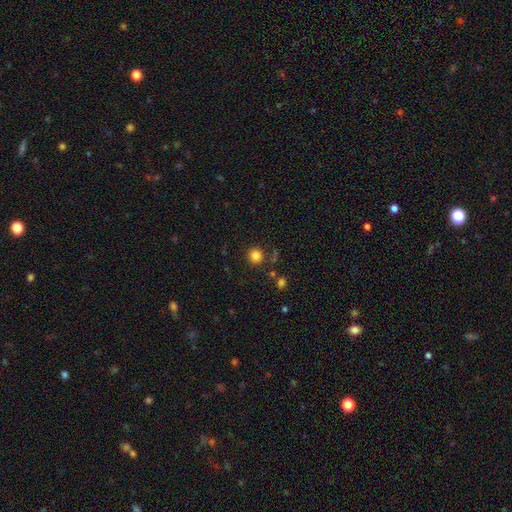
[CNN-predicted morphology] A smooth galaxy with no disk features (83%) that is round (92%). Merging: none (85%).